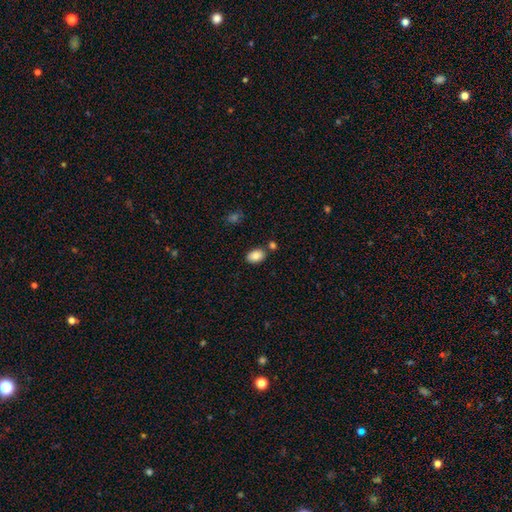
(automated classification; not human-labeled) Morphology: type=smooth (86%); roundness=in between (88%); merging=none (78%).